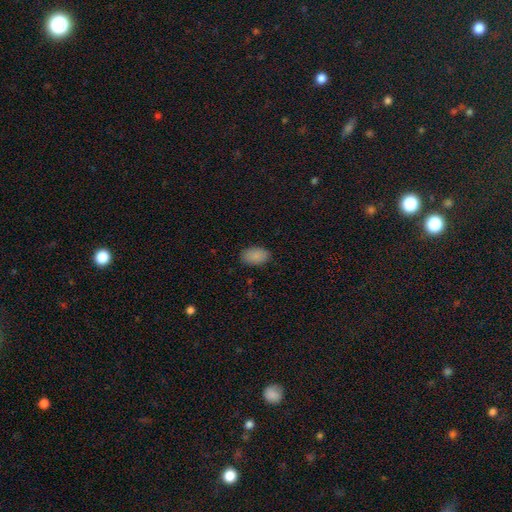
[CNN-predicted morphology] Smooth or featured? Predicted: smooth (p=0.88). How rounded? Predicted: in between (p=0.92). Merging? Predicted: none (p=0.87).